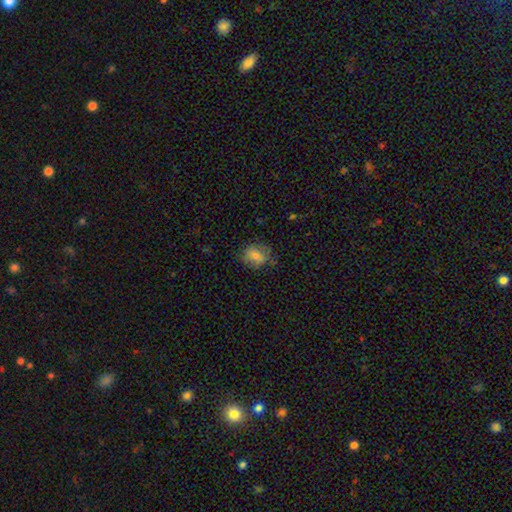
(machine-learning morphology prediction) This is likely a smooth galaxy (75%). How rounded: possibly in between (52%). Merging: likely none (71%).